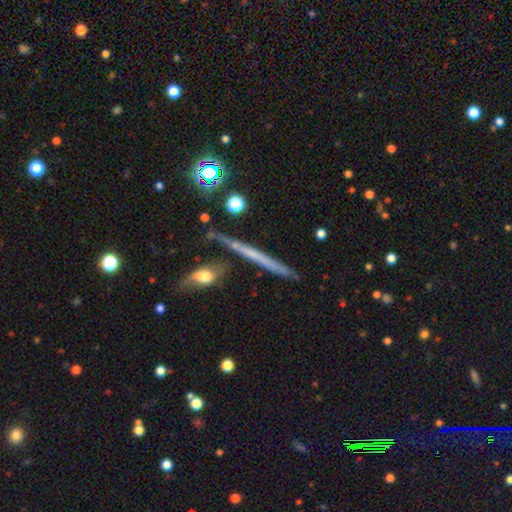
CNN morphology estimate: This appears to be a featured or disk galaxy (49%). Merging: none (75%).